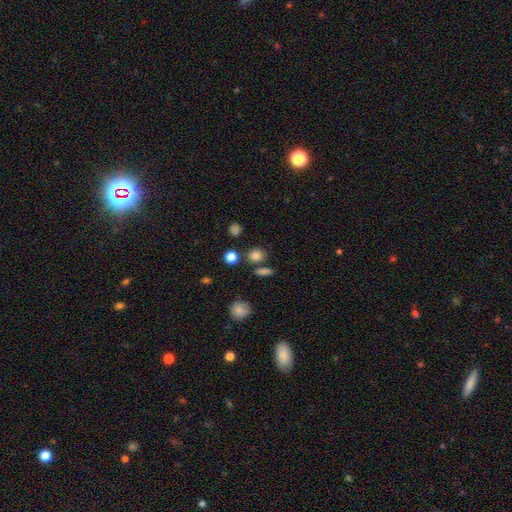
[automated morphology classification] Smooth or featured?
  - smooth: 82% *
  - star or artifact: 13%
  - featured or disk: 5%
How rounded?
  - round: 73% *
  - in between: 25%
  - cigar-shaped: 2%
Merging?
  - none: 74% *
  - merger: 13%
  - minor disturbance: 9%
  - major disturbance: 4%